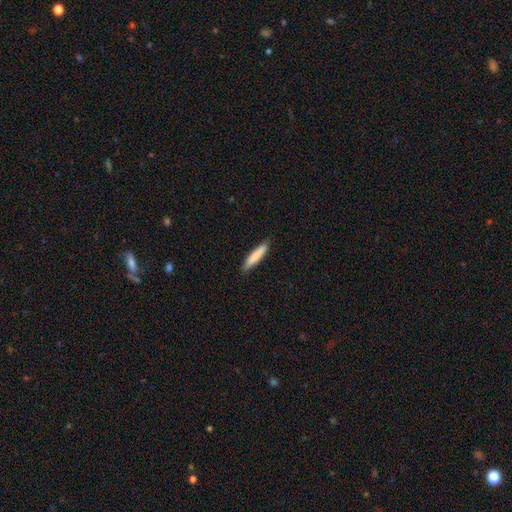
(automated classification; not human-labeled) Q: Smooth or featured?
A: smooth (83%); runner-up: featured or disk (12%)
Q: How rounded?
A: cigar-shaped (89%); runner-up: in between (10%)
Q: Merging?
A: none (88%); runner-up: minor disturbance (9%)